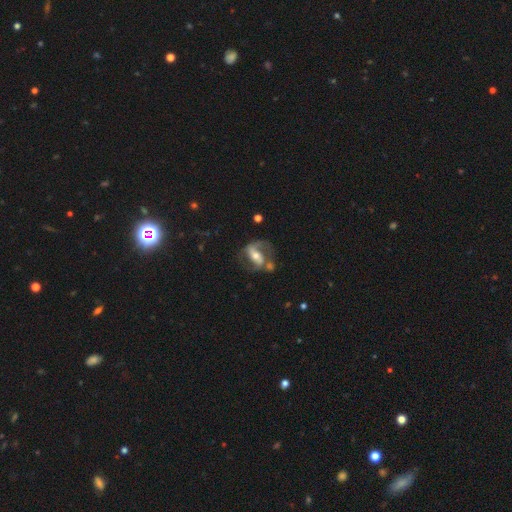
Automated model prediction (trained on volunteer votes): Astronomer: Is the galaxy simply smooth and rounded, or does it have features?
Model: featured or disk — 76%.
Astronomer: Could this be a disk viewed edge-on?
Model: no — 95%.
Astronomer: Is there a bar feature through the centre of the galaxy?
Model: strong — 40% (runner-up: weak, 34%).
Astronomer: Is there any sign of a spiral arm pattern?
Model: yes — 86%.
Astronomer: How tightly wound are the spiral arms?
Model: medium — 47% (runner-up: loose, 37%).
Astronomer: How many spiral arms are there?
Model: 2 — 79%.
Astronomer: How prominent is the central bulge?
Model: moderate — 59%.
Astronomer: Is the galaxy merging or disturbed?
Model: none — 47%.